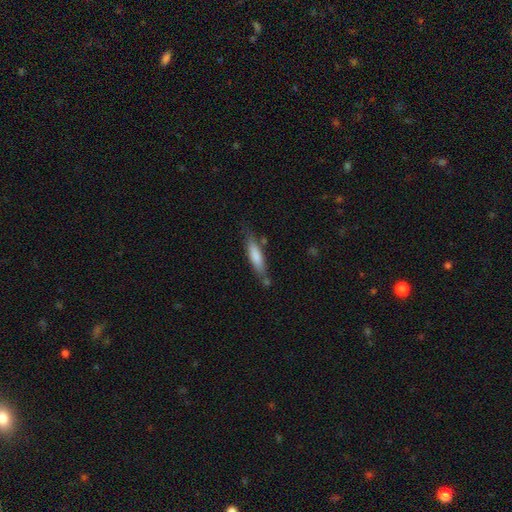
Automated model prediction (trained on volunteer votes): A smooth galaxy with no disk features (75%) that is cigar-shaped (77%).

Vote fractions:
- Smooth or featured? smooth: 75% / featured or disk: 20% / star or artifact: 6%
- How rounded? cigar-shaped: 77% / in between: 22% / round: 1%
- Merging? none: 70% / minor disturbance: 19% / merger: 7% / major disturbance: 4%